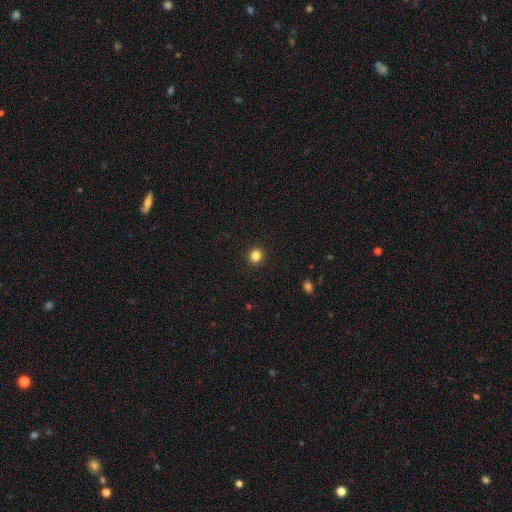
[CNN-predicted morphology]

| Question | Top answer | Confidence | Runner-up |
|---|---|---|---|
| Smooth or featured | smooth | 83% | star or artifact (12%) |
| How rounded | round | 90% | in between (9%) |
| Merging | none | 93% | minor disturbance (5%) |